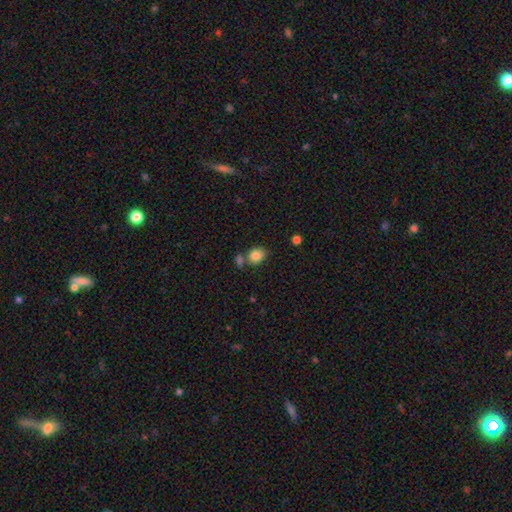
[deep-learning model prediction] Q: Smooth or featured?
A: smooth (84%); runner-up: star or artifact (9%)
Q: How rounded?
A: round (55%); runner-up: in between (44%)
Q: Merging?
A: none (61%); runner-up: merger (22%)